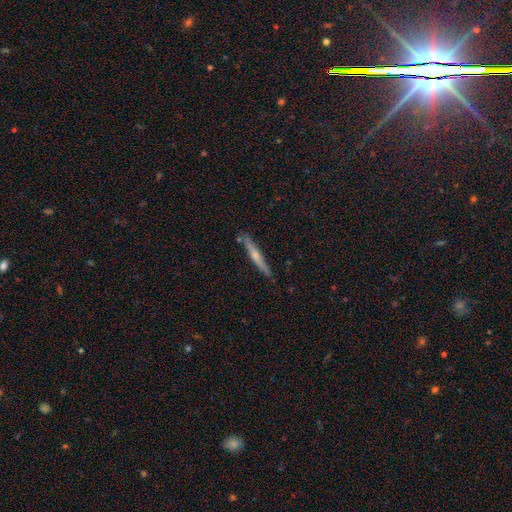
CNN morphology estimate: featured or disk 50%, smooth 44%, star or artifact 6%. Down the decision tree: edge-on disk — yes (96%); merging — none (85%).